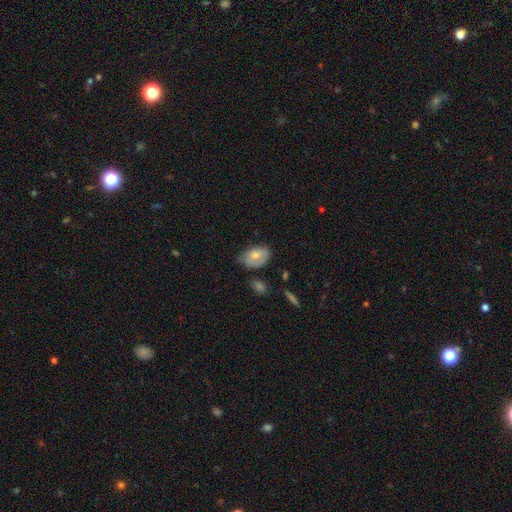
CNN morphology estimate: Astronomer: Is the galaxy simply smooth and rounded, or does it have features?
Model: smooth — 67%.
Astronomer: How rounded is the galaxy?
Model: in between — 85%.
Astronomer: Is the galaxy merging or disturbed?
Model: none — 46% (runner-up: minor disturbance, 40%).